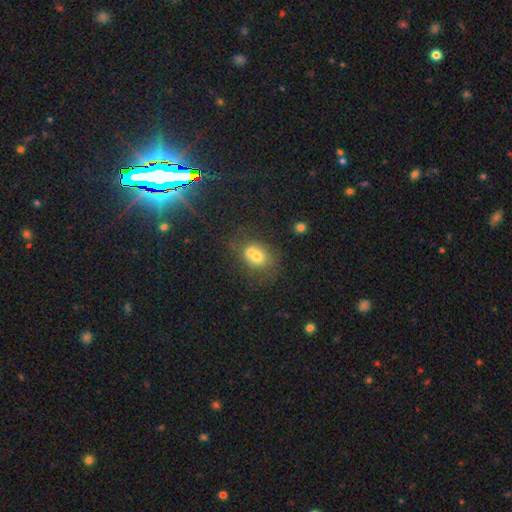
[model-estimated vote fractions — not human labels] Smooth or featured? smooth (63%)
How rounded? round (50%)
Merging? merger (56%)